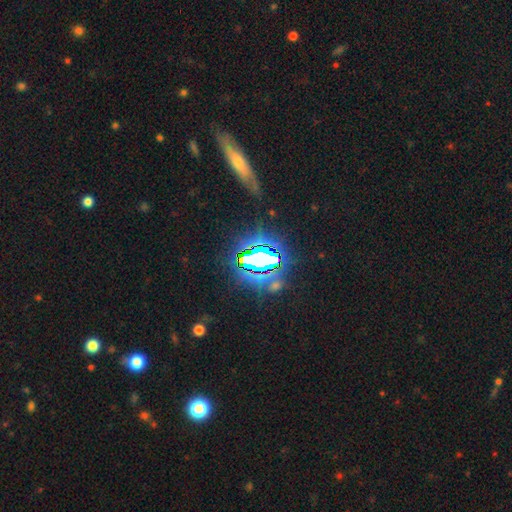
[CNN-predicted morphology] smooth-or-featured: star or artifact: 75% | smooth: 13% | featured or disk: 12%